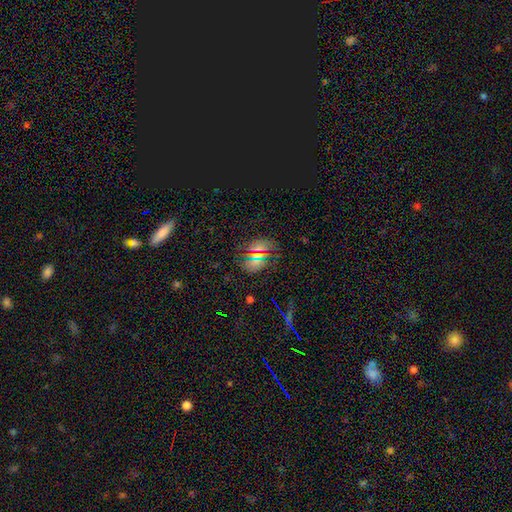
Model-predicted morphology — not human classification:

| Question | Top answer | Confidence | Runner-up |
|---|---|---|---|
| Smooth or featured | star or artifact | 48% | smooth (37%) |